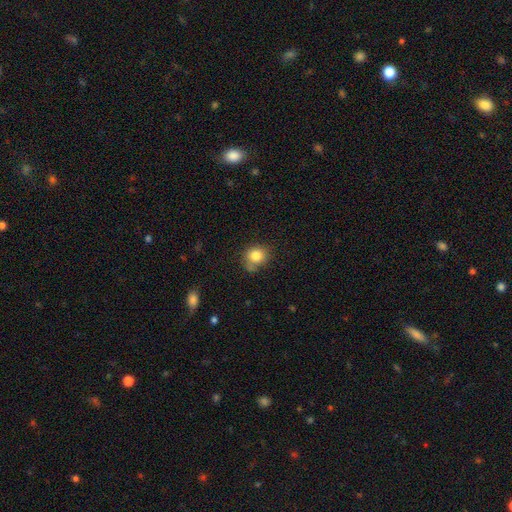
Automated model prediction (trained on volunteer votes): Overall: smooth (83%). How rounded: round (75%). Merging: none (67%).